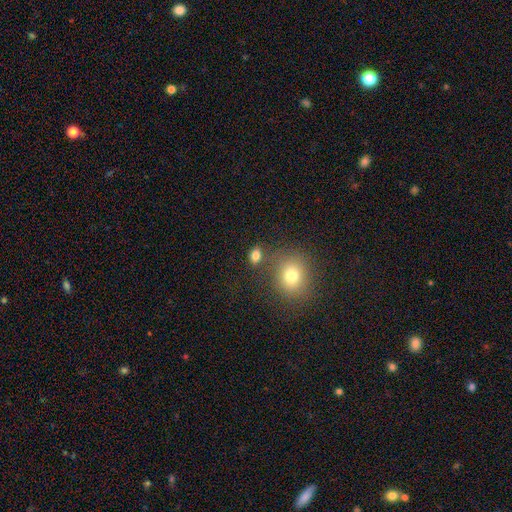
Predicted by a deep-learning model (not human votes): smooth-or-featured: smooth: 80% | star or artifact: 13% | featured or disk: 7%
  how-rounded: in between: 69% | round: 28% | cigar-shaped: 2%
  merging: none: 71% | minor disturbance: 12% | merger: 12% | major disturbance: 5%